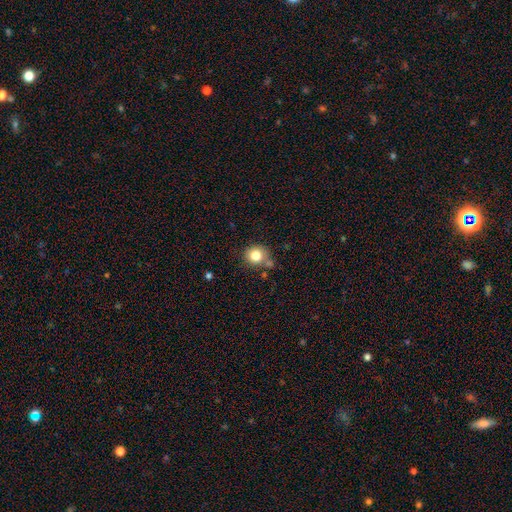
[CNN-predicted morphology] This is clearly a smooth galaxy (81%). How rounded: clearly round (87%). Merging: likely none (69%).